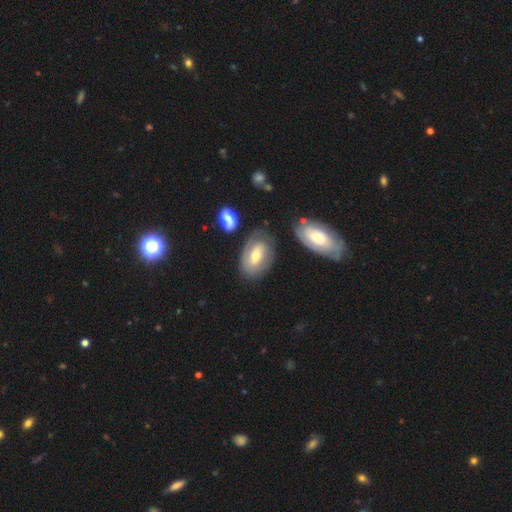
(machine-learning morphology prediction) Smooth or featured? featured or disk (53%)
Edge-on disk? no (92%)
Merging? none (67%)